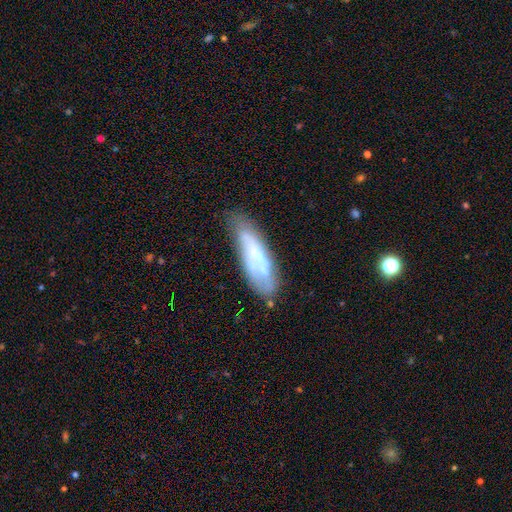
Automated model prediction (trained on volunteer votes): smooth-or-featured: featured or disk: 49% | smooth: 43% | star or artifact: 9%
  merging: none: 55% | minor disturbance: 27% | major disturbance: 11% | merger: 7%